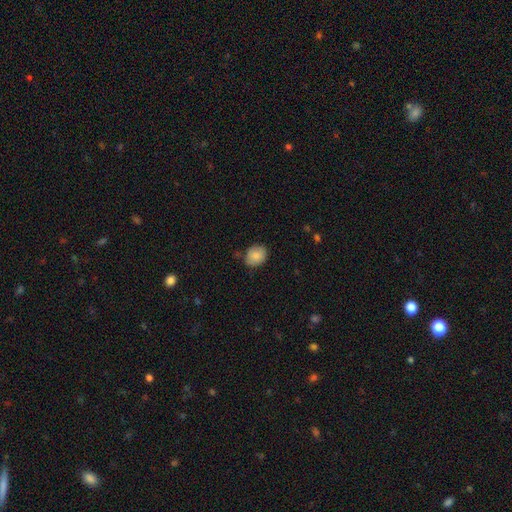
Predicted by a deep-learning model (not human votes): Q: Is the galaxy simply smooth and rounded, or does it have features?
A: smooth — 86%.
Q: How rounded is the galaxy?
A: in between — 50%.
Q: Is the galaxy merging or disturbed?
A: none — 73%.